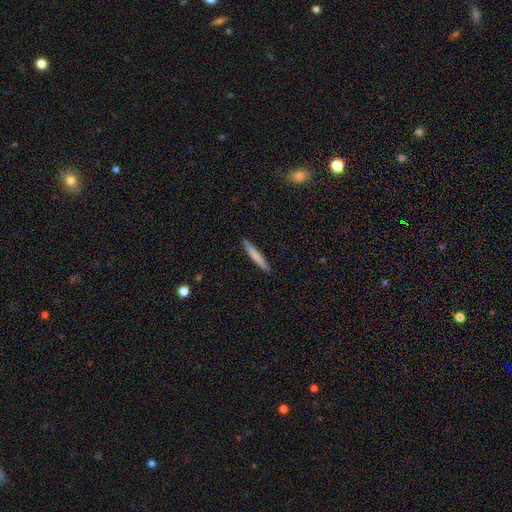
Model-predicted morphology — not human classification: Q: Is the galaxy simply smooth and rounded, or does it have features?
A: smooth — 73%.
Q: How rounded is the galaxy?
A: cigar-shaped — 96%.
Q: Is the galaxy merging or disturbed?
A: none — 91%.